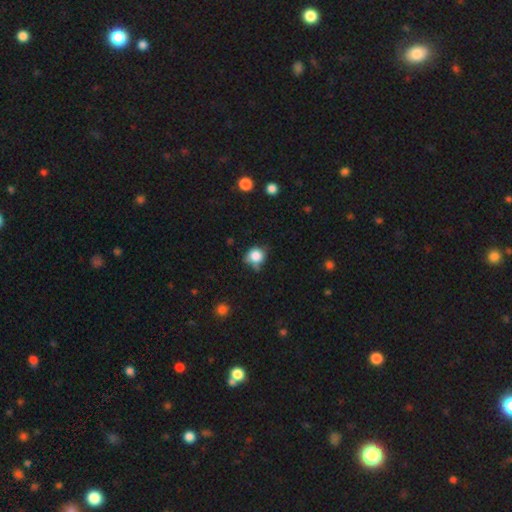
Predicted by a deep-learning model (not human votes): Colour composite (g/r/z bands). It shows a smooth galaxy with no disk features (81%) that is round (79%). Merging: none (55%).